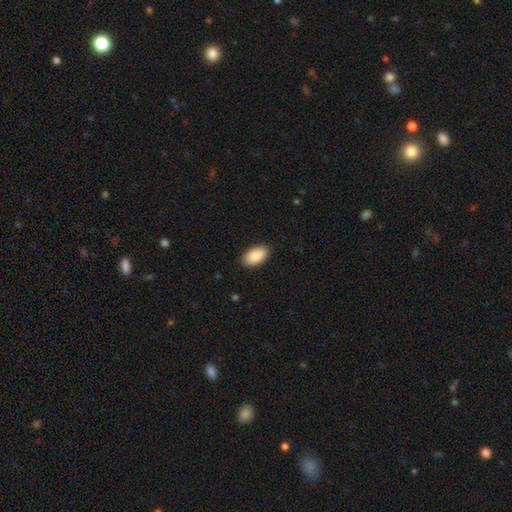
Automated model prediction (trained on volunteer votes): smooth-or-featured: smooth: 87% | featured or disk: 7% | star or artifact: 6%
  how-rounded: in between: 95% | round: 4% | cigar-shaped: 1%
  merging: none: 88% | minor disturbance: 9% | major disturbance: 2% | merger: 1%